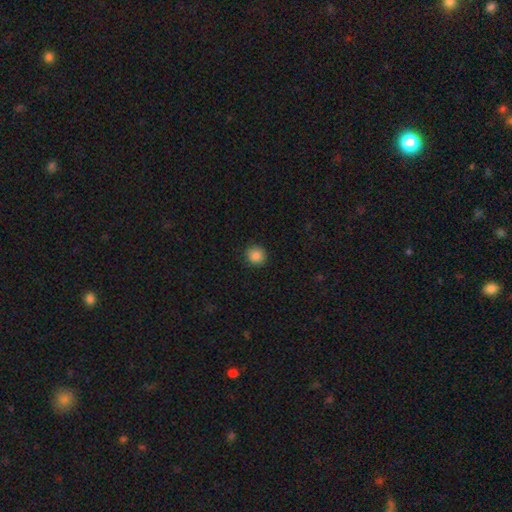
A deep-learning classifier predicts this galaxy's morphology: smooth 86%, star or artifact 10%, featured or disk 4%. Down the decision tree: how rounded — round (92%); merging — none (92%).